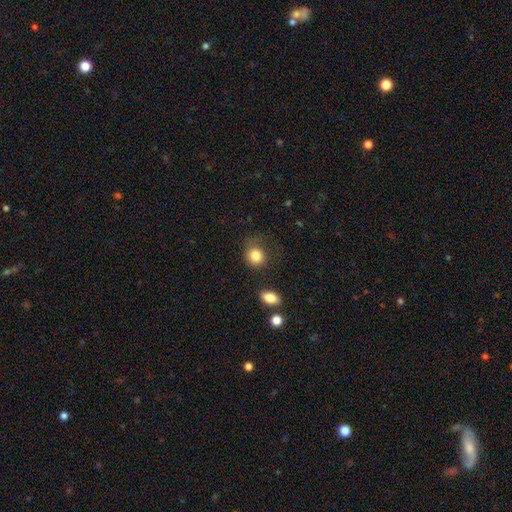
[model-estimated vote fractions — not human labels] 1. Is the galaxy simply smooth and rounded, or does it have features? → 84% smooth, 10% star or artifact, 6% featured or disk.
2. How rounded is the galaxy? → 78% round, 21% in between, 1% cigar-shaped.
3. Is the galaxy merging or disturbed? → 66% none, 21% minor disturbance, 10% major disturbance, 4% merger.